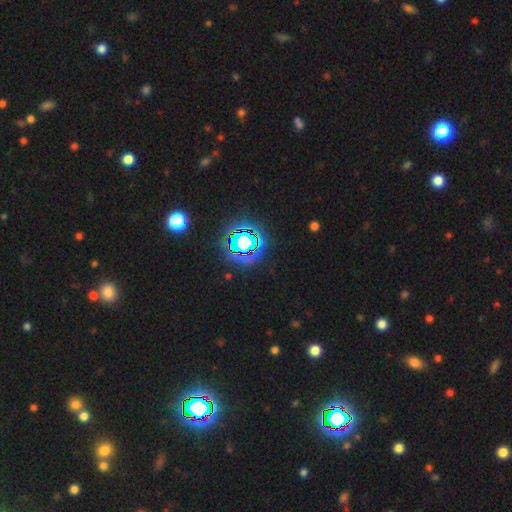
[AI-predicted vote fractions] This is likely a star or artifact rather than a galaxy (79%).